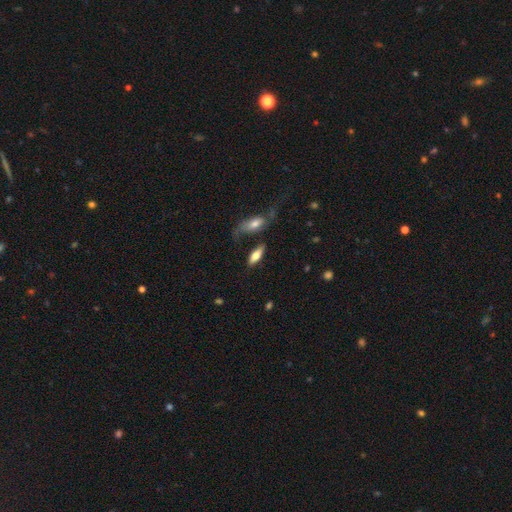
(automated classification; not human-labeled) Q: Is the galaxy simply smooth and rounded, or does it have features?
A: smooth — 69%.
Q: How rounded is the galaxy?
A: in between — 70%.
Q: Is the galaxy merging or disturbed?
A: none — 61%.